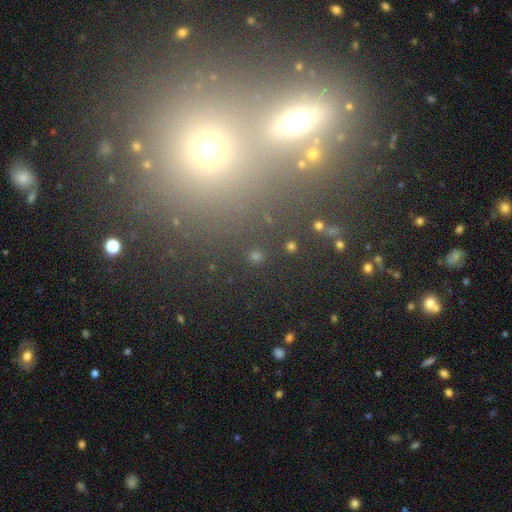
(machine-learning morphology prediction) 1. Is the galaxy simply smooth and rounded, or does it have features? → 46% star or artifact, 41% smooth, 13% featured or disk.